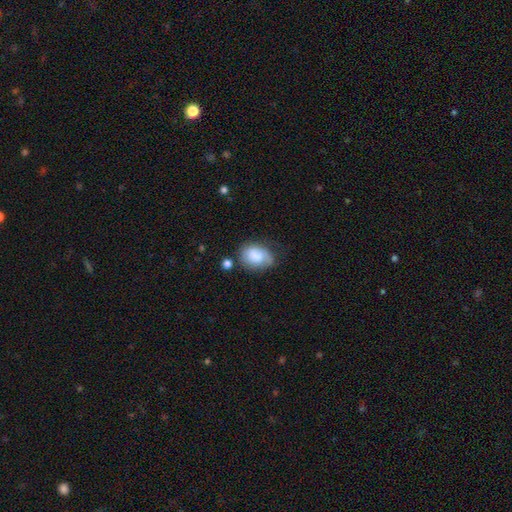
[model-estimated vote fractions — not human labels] This appears to be a smooth galaxy with no disk features (68%) that is in between round and cigar-shaped (70%). Merging: none (47%).